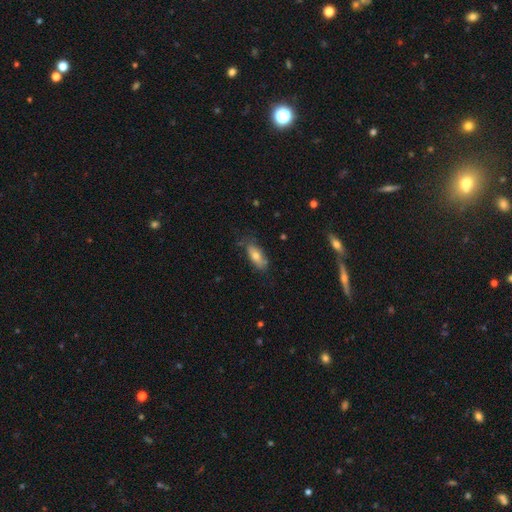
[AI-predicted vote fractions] smooth_or_featured: smooth (p=0.69) [alt: featured or disk p=0.23]
how_rounded: in between (p=0.80) [alt: cigar-shaped p=0.18]
merging: none (p=0.68) [alt: minor disturbance p=0.24]